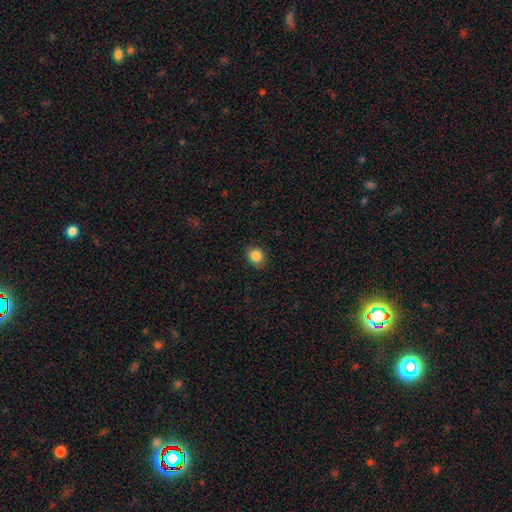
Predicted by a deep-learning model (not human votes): The model was most divided on "how rounded": round: 80%, in between: 20%, cigar-shaped: 1%. More confident: smooth or featured — smooth (86%); merging — none (85%).